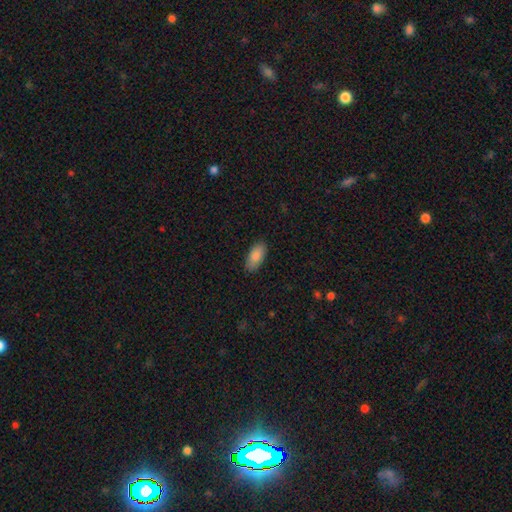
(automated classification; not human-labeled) The model was most divided on "merging": none: 87%, minor disturbance: 10%, major disturbance: 2%, merger: 1%. More confident: how rounded — in between (90%); smooth or featured — smooth (87%).